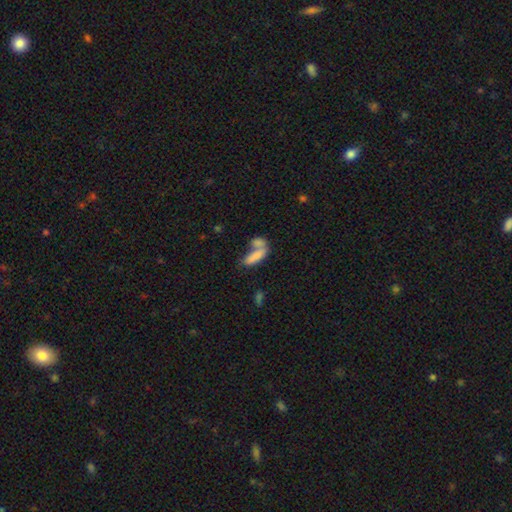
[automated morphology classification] Q: Smooth or featured?
A: smooth (79%); runner-up: featured or disk (13%)
Q: How rounded?
A: in between (57%); runner-up: cigar-shaped (39%)
Q: Merging?
A: merger (55%); runner-up: none (29%)